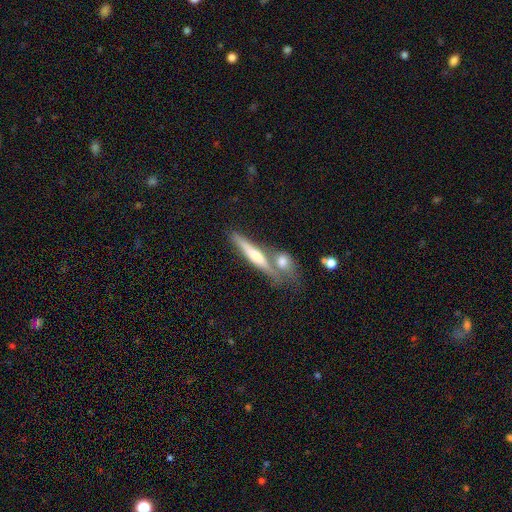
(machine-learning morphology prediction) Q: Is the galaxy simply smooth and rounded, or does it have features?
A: featured or disk — 58%.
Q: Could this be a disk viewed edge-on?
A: yes — 93%.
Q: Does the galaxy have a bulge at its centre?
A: rounded — 82%.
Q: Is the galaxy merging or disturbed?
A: none — 60%.